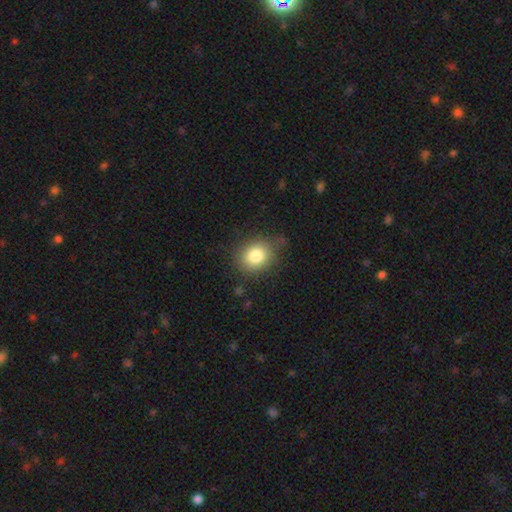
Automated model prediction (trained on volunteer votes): Smooth or featured? smooth (81%)
How rounded? round (66%)
Merging? none (75%)